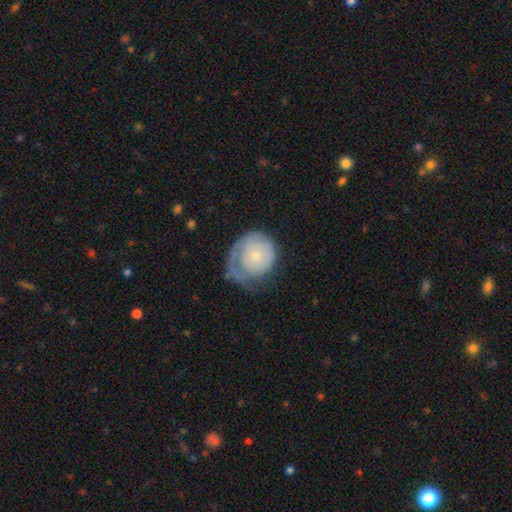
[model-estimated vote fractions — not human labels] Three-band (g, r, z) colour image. It shows a smooth galaxy with no disk features (50%). Merging: none (35%).